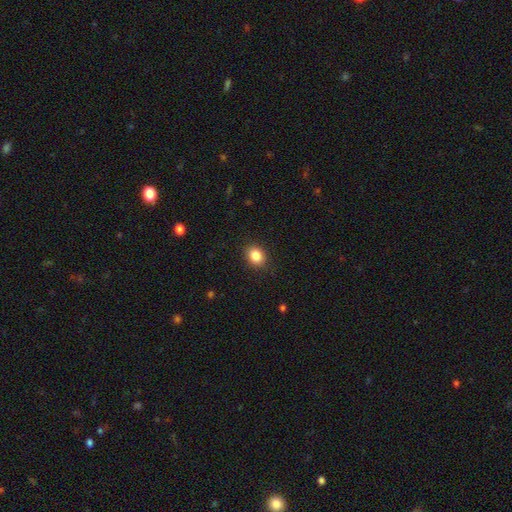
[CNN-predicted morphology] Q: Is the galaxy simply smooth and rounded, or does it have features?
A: smooth — 85%.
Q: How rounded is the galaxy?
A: round — 56%.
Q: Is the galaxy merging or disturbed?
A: none — 89%.